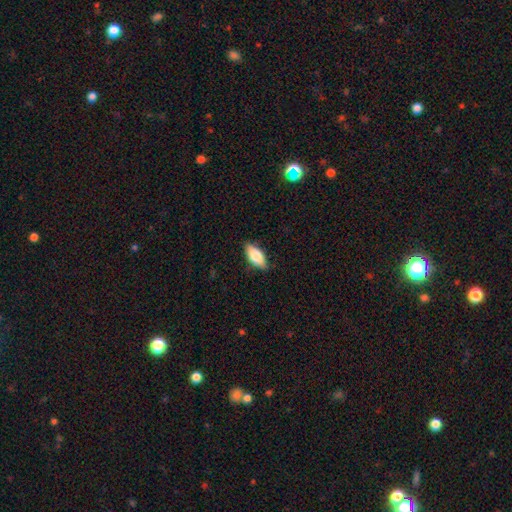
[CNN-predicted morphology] smooth-or-featured: smooth: 76% | featured or disk: 17% | star or artifact: 6%
  how-rounded: in between: 85% | cigar-shaped: 12% | round: 3%
  merging: none: 85% | minor disturbance: 12% | major disturbance: 2% | merger: 1%